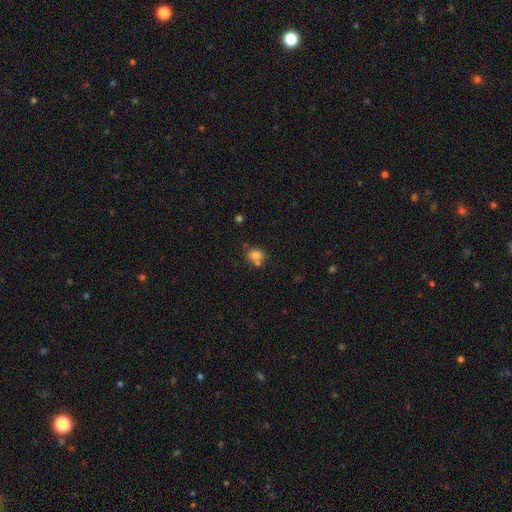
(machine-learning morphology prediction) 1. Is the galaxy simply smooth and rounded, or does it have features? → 77% smooth, 12% star or artifact, 11% featured or disk.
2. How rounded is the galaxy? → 60% round, 39% in between, 1% cigar-shaped.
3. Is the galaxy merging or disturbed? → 51% none, 30% merger, 14% minor disturbance, 5% major disturbance.